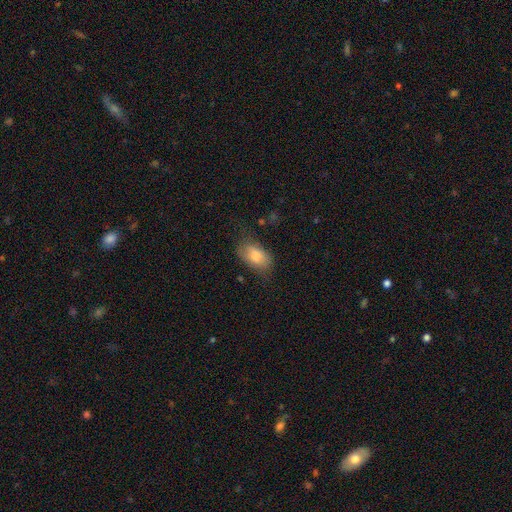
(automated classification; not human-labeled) smooth_or_featured: smooth (p=0.82) [alt: featured or disk p=0.11]
how_rounded: in between (p=0.92) [alt: round p=0.05]
merging: none (p=0.63) [alt: minor disturbance p=0.25]